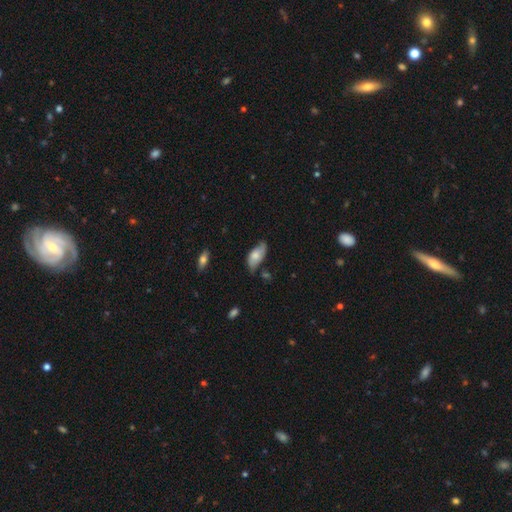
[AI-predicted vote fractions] The model was most divided on "merging": none: 55%, minor disturbance: 34%, major disturbance: 7%, merger: 4%. More confident: how rounded — in between (90%); smooth or featured — smooth (63%).